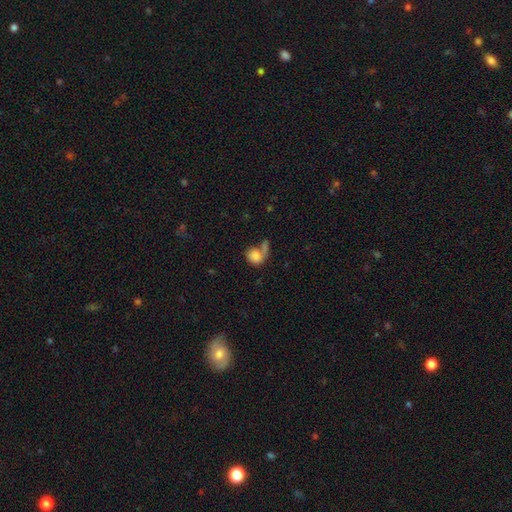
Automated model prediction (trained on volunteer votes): A smooth galaxy with no disk features (80%) that is round (59%).

Vote fractions:
- Smooth or featured? smooth: 80% / featured or disk: 12% / star or artifact: 9%
- How rounded? round: 59% / in between: 39% / cigar-shaped: 2%
- Merging? merger: 38% / none: 32% / major disturbance: 16% / minor disturbance: 14%